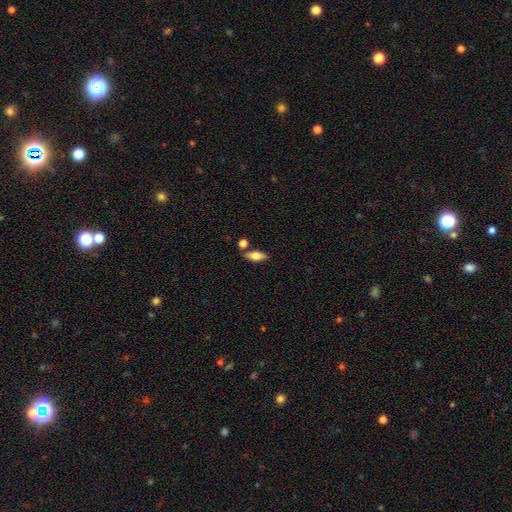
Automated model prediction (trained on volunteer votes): The model was most divided on "smooth or featured": smooth: 63%, featured or disk: 30%, star or artifact: 7%. More confident: merging — none (78%); how rounded — in between (76%).